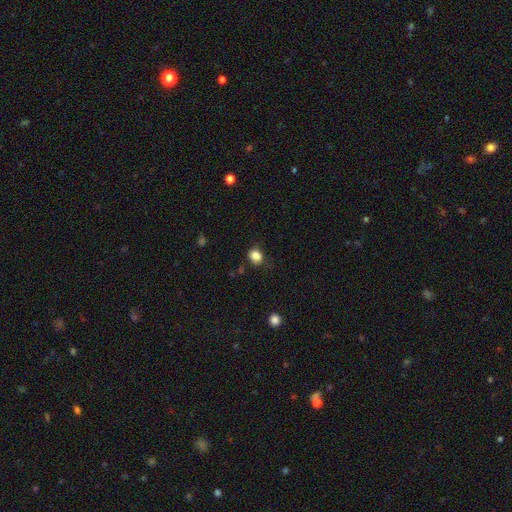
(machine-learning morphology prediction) smooth 85%, star or artifact 11%, featured or disk 5%. Down the decision tree: how rounded — round (57%); merging — none (73%).